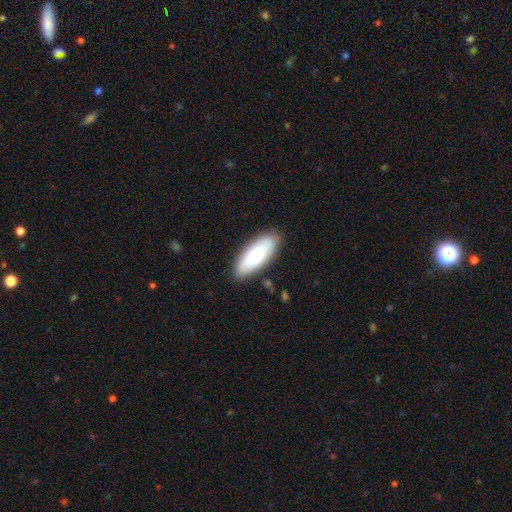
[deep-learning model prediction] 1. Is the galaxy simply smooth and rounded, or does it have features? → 77% smooth, 17% featured or disk, 6% star or artifact.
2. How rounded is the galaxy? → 73% in between, 25% cigar-shaped, 2% round.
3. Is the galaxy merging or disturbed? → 86% none, 11% minor disturbance, 2% major disturbance, 1% merger.